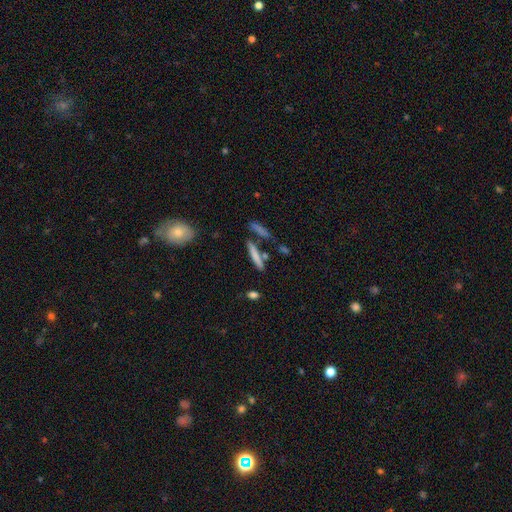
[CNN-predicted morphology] Smooth or featured?
  - smooth: 67% *
  - featured or disk: 25%
  - star or artifact: 8%
How rounded?
  - cigar-shaped: 88% *
  - in between: 10%
  - round: 2%
Merging?
  - none: 71% *
  - merger: 13%
  - minor disturbance: 12%
  - major disturbance: 4%